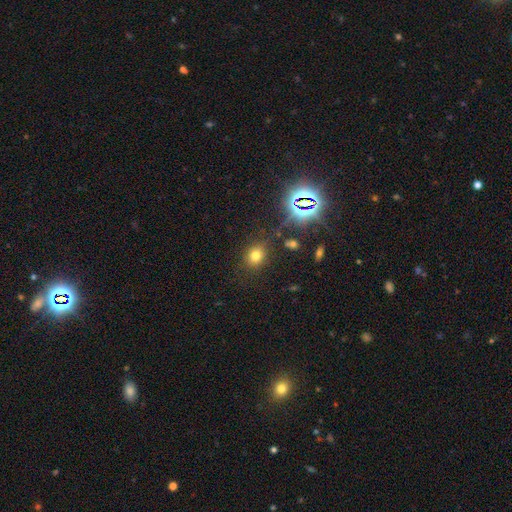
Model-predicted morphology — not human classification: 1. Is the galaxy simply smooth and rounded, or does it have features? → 70% smooth, 21% star or artifact, 8% featured or disk.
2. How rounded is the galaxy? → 62% round, 37% in between, 1% cigar-shaped.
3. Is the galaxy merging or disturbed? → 82% none, 11% minor disturbance, 4% major disturbance, 3% merger.